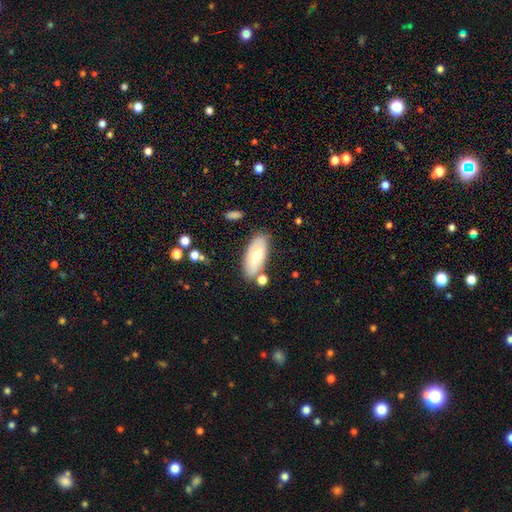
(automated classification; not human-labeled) A smooth galaxy with no disk features (60%) that is in between round and cigar-shaped (88%).

Vote fractions:
- Smooth or featured? smooth: 60% / featured or disk: 34% / star or artifact: 6%
- How rounded? in between: 88% / cigar-shaped: 10% / round: 2%
- Merging? none: 76% / minor disturbance: 14% / merger: 6% / major disturbance: 3%